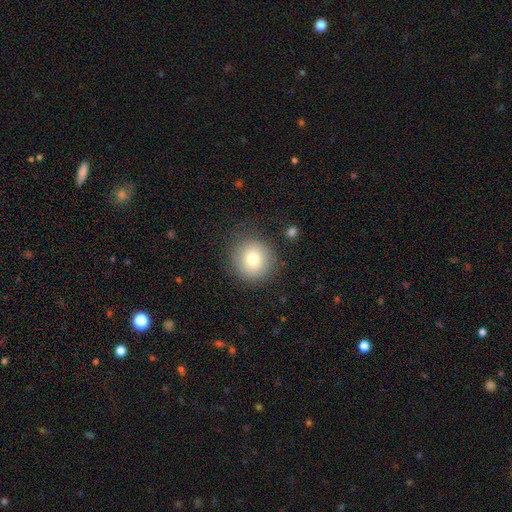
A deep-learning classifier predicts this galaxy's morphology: The model was most divided on "smooth or featured": smooth: 77%, featured or disk: 13%, star or artifact: 10%. More confident: how rounded — round (92%); merging — none (83%).